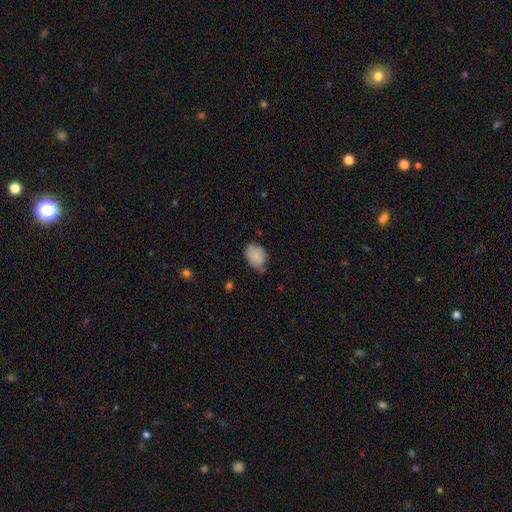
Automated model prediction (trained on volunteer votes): This is clearly a smooth galaxy (85%). How rounded: likely in between (79%). Merging: possibly none (55%).